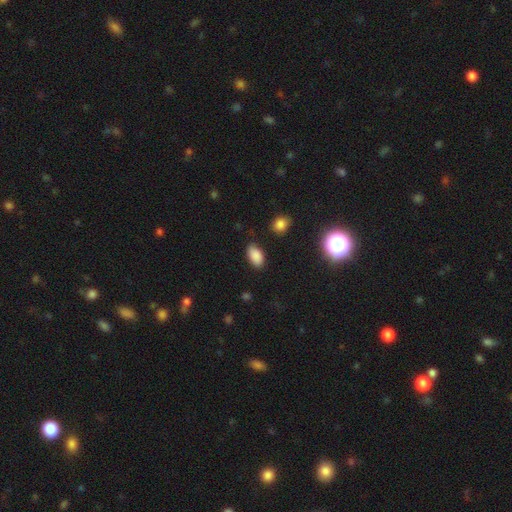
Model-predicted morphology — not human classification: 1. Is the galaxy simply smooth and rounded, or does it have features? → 86% smooth, 10% star or artifact, 4% featured or disk.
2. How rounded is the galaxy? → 93% in between, 5% round, 2% cigar-shaped.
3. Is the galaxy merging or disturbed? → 83% none, 13% minor disturbance, 3% major disturbance, 2% merger.